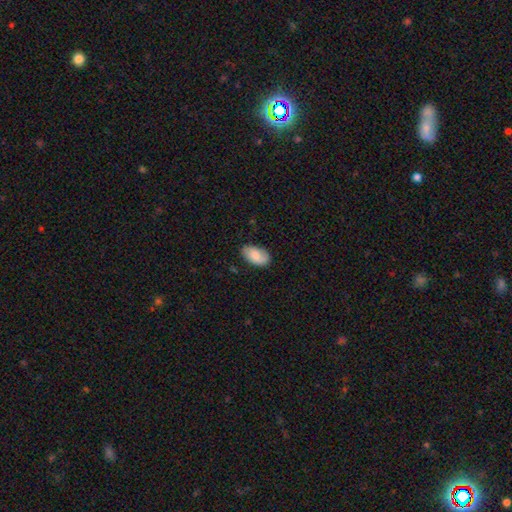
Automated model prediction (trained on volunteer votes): Overall: smooth (78%). How rounded: in between (94%). Merging: none (79%).